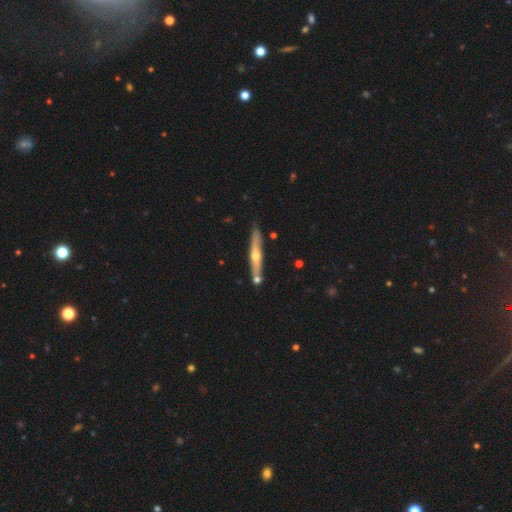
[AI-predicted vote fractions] Morphology: type=featured or disk (61%); edge-on=yes (92%); edge-on bulge=rounded (86%); merging=none (80%).